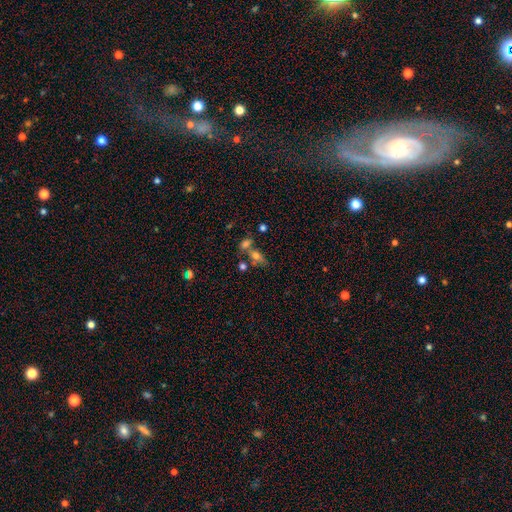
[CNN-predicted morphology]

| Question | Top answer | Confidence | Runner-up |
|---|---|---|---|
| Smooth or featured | smooth | 63% | featured or disk (23%) |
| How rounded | in between | 73% | round (14%) |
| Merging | merger | 41% | none (38%) |